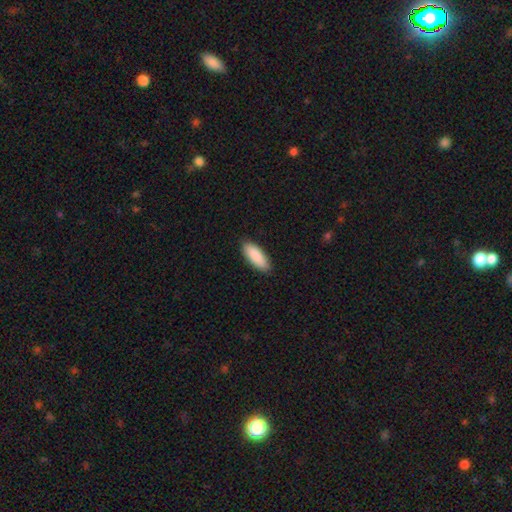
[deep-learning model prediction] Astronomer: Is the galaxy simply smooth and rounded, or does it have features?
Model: smooth — 90%.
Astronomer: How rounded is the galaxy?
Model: in between — 70%.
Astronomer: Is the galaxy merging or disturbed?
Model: none — 89%.